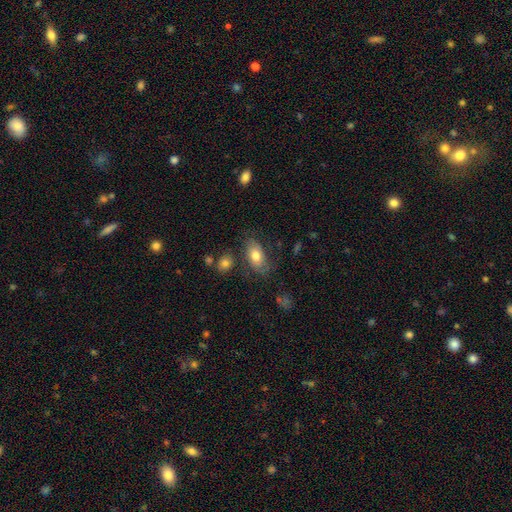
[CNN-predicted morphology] This is likely a smooth galaxy (63%). How rounded: clearly in between (90%). Merging: likely none (63%).